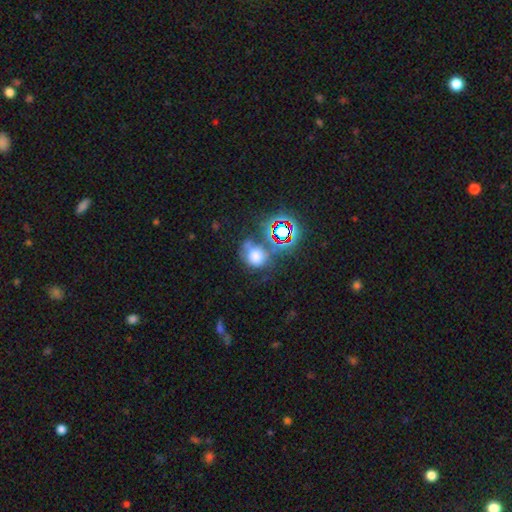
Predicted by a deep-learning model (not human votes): The model was most divided on "merging": none: 40%, minor disturbance: 22%, major disturbance: 21%, merger: 17%. More confident: how rounded — round (64%); smooth or featured — smooth (55%).